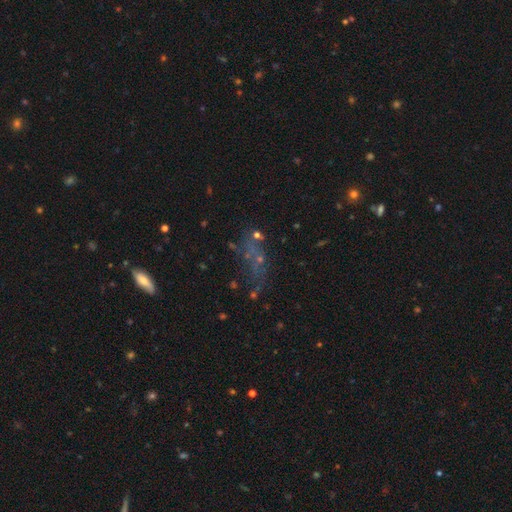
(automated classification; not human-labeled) A star or artifact, not a galaxy (37%).